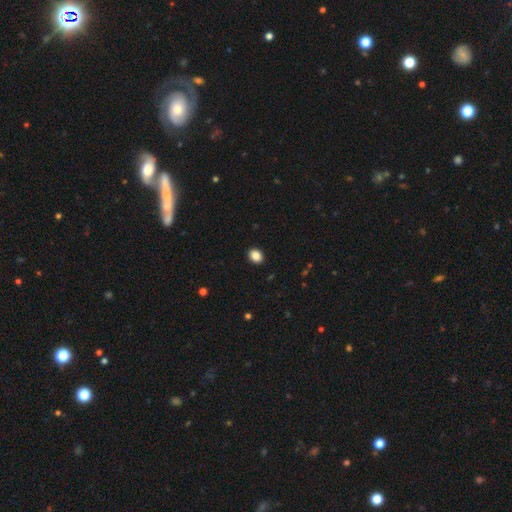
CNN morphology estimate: smooth-or-featured: smooth: 88% | star or artifact: 9% | featured or disk: 3%
  how-rounded: in between: 57% | round: 42% | cigar-shaped: 1%
  merging: none: 92% | minor disturbance: 6% | major disturbance: 2% | merger: 1%